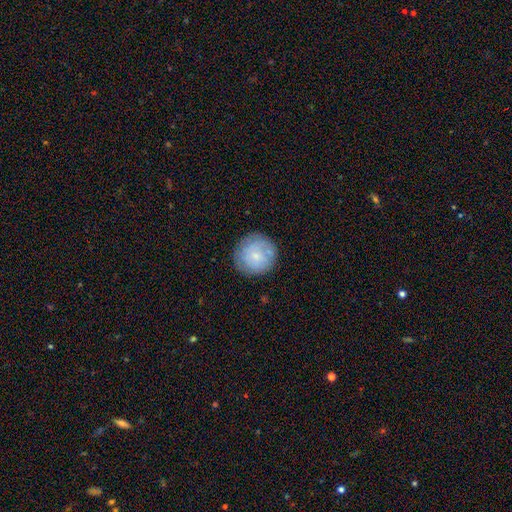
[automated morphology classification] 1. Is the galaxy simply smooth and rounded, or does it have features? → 66% smooth, 26% featured or disk, 8% star or artifact.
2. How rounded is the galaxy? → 93% round, 6% in between, 1% cigar-shaped.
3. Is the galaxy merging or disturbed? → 80% none, 14% minor disturbance, 4% major disturbance, 2% merger.